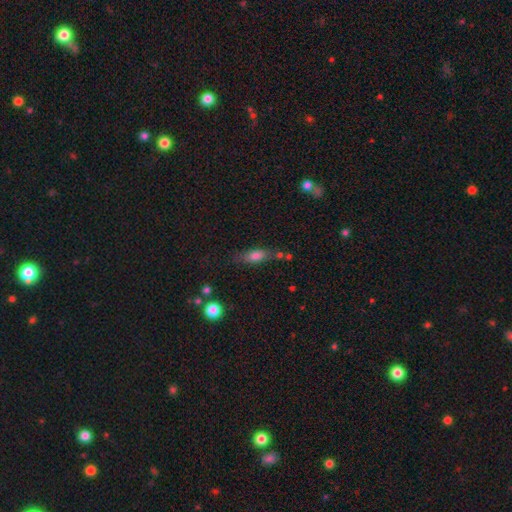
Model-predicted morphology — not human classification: Smooth or featured? Predicted: smooth (p=0.73). How rounded? Predicted: in between (p=0.69). Merging? Predicted: none (p=0.65).